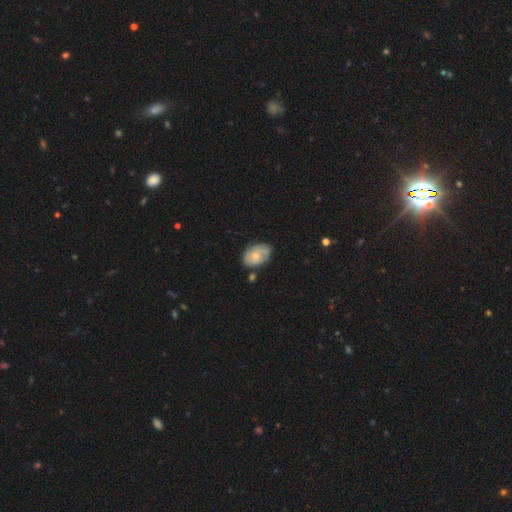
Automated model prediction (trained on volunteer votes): Smooth or featured? featured or disk (54%)
Edge-on disk? no (96%)
Bar? no (70%)
Spiral arms? yes (83%)
Bulge size? small (48%)
Merging? none (65%)